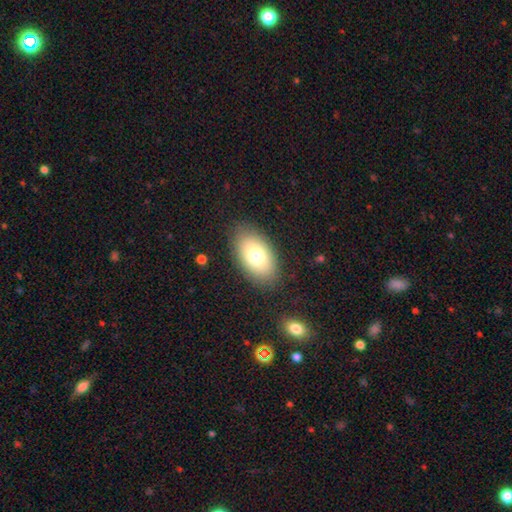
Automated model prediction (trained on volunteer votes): The model was most divided on "smooth or featured": smooth: 74%, featured or disk: 17%, star or artifact: 9%. More confident: how rounded — in between (91%); merging — none (84%).